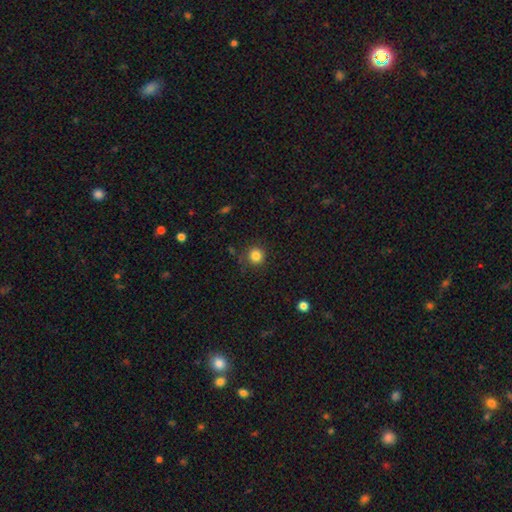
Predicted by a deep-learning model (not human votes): smooth_or_featured: smooth (p=0.84) [alt: star or artifact p=0.12]
how_rounded: round (p=0.93) [alt: in between p=0.06]
merging: none (p=0.85) [alt: minor disturbance p=0.10]